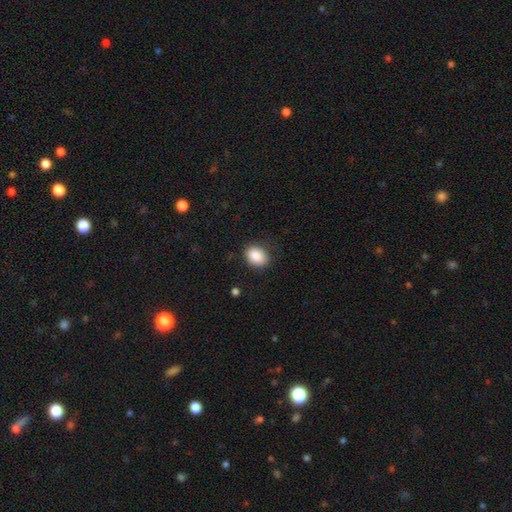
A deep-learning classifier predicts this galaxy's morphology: This is clearly a smooth galaxy (88%). How rounded: possibly in between (59%). Merging: clearly none (83%).